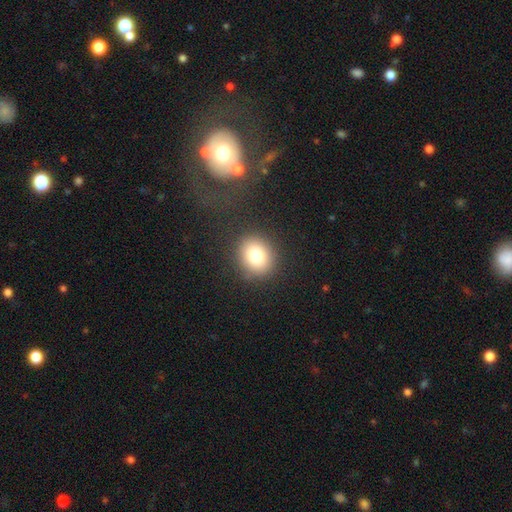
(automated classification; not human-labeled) Smooth or featured? Predicted: smooth (p=0.79). How rounded? Predicted: round (p=0.71). Merging? Predicted: none (p=0.88).